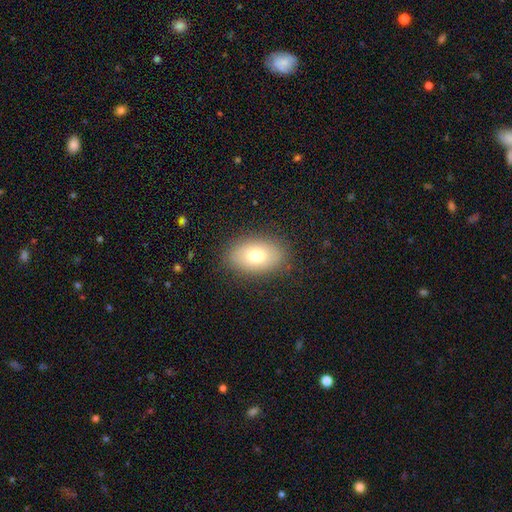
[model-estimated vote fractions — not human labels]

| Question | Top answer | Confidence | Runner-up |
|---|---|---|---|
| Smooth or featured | smooth | 75% | featured or disk (16%) |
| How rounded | in between | 87% | round (11%) |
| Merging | none | 85% | minor disturbance (10%) |